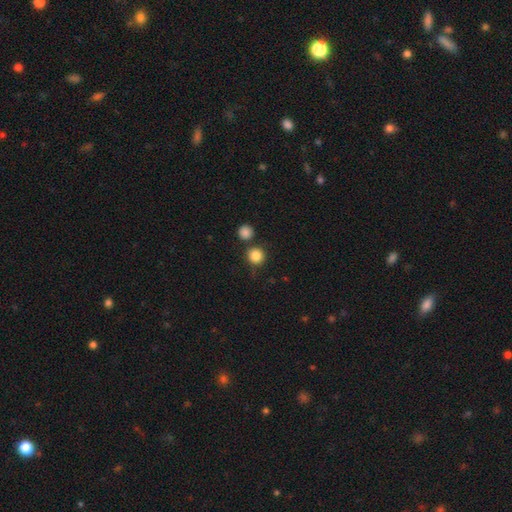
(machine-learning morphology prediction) smooth 85%, star or artifact 10%, featured or disk 4%. Down the decision tree: how rounded — round (93%); merging — none (78%).